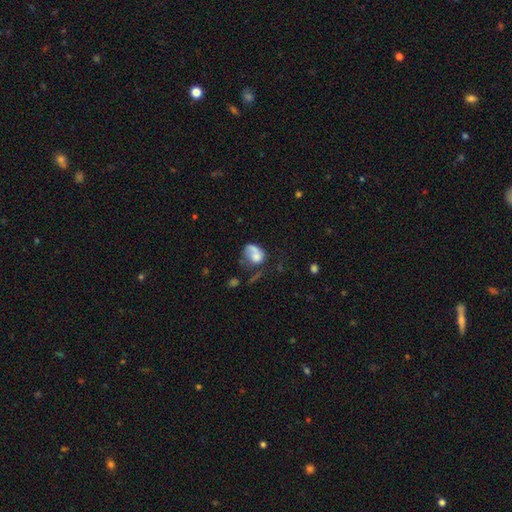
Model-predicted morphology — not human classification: Smooth or featured? smooth (57%)
How rounded? in between (56%)
Merging? major disturbance (35%)